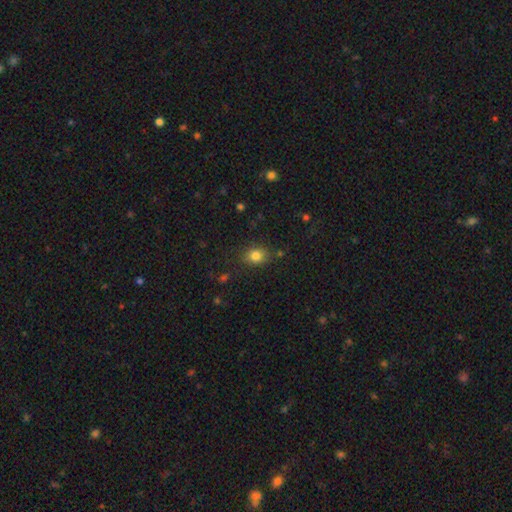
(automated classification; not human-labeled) A smooth galaxy with no disk features (81%) that is in between round and cigar-shaped (55%).

Vote fractions:
- Smooth or featured? smooth: 81% / star or artifact: 12% / featured or disk: 7%
- How rounded? in between: 55% / round: 44% / cigar-shaped: 1%
- Merging? none: 81% / minor disturbance: 13% / major disturbance: 4% / merger: 2%